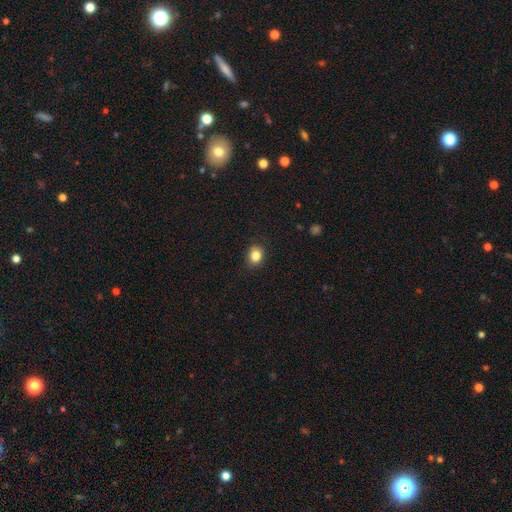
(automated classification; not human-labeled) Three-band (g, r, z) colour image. It shows a smooth galaxy with no disk features (84%) that is round (58%). Merging: none (86%).